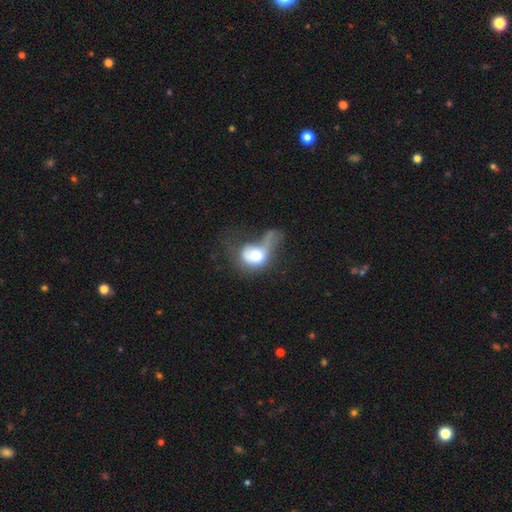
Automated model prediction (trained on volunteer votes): This is likely a smooth galaxy (61%). How rounded: possibly round (49%, tied with in between). Merging: possibly major disturbance (60%).